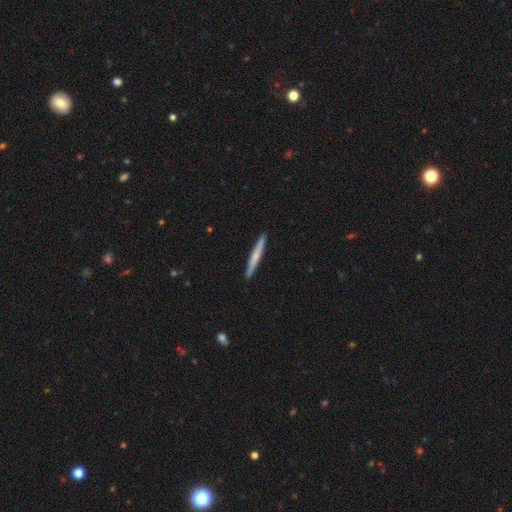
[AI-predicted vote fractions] This is possibly a smooth galaxy (55%). How rounded: clearly cigar-shaped (96%). Merging: clearly none (92%).